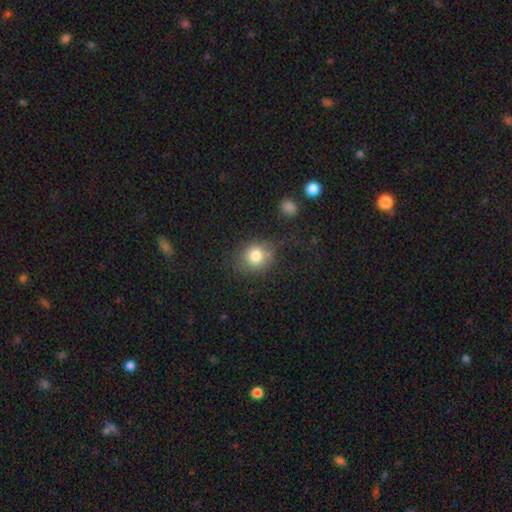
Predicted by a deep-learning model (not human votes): smooth 80%, star or artifact 11%, featured or disk 10%. Down the decision tree: how rounded — round (71%); merging — none (69%).